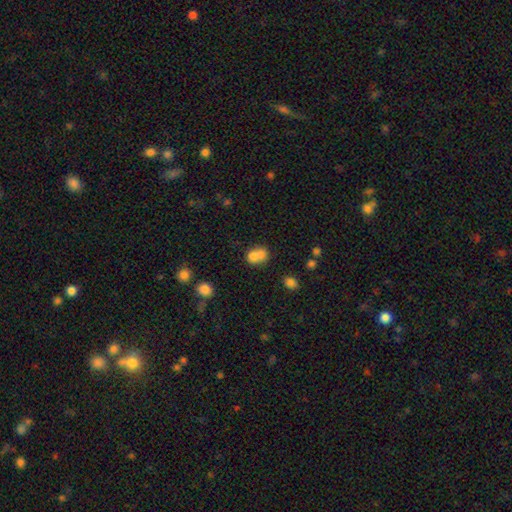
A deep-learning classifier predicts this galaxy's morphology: Overall: smooth (72%). How rounded: round (53%; in between 46%). Merging: merger (61%; none 26%).